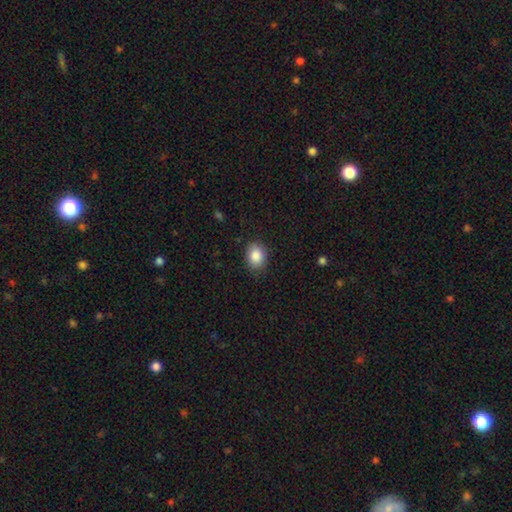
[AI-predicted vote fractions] Smooth or featured?
  - smooth: 87% *
  - star or artifact: 8%
  - featured or disk: 5%
How rounded?
  - in between: 51% *
  - round: 48%
  - cigar-shaped: 1%
Merging?
  - none: 84% *
  - minor disturbance: 12%
  - major disturbance: 3%
  - merger: 1%